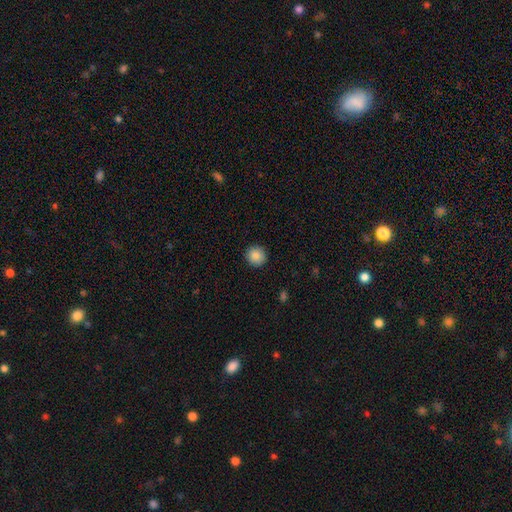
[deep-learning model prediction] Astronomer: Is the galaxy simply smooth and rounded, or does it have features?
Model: smooth — 88%.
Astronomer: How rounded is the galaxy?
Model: round — 93%.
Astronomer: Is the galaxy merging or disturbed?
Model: none — 92%.